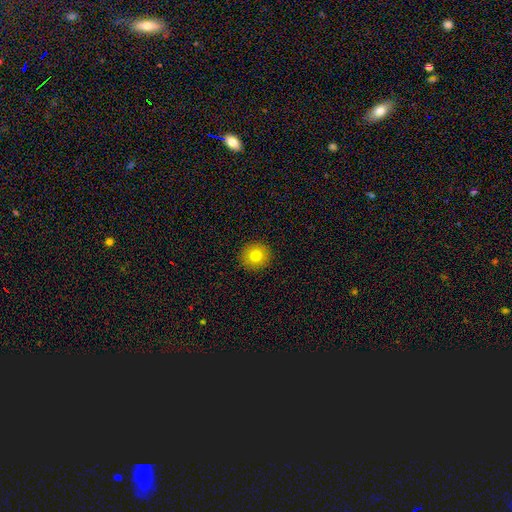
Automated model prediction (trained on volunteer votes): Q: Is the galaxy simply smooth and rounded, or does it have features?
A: smooth — 79%.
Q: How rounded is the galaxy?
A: round — 92%.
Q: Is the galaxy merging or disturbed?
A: none — 92%.